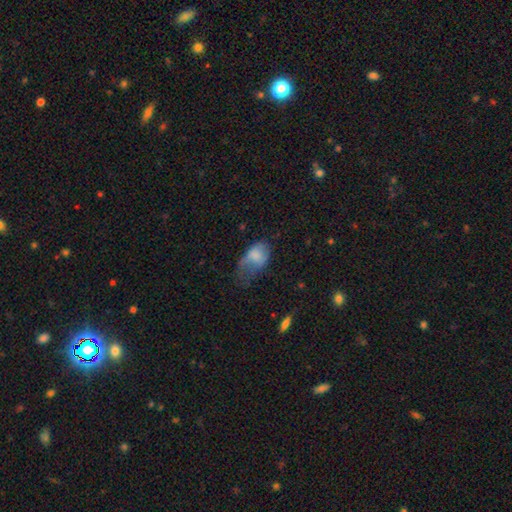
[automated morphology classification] The model was most divided on "merging": major disturbance: 51%, minor disturbance: 30%, none: 17%, merger: 3%. More confident: how rounded — in between (86%); smooth or featured — smooth (73%).